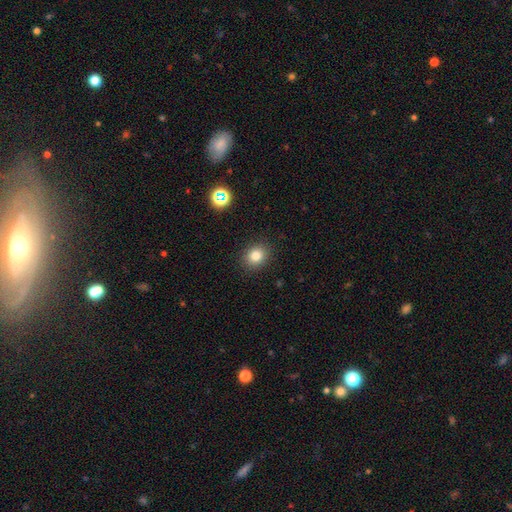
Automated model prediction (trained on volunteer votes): Smooth or featured?
  - smooth: 81% *
  - star or artifact: 12%
  - featured or disk: 7%
How rounded?
  - round: 64% *
  - in between: 35%
  - cigar-shaped: 1%
Merging?
  - none: 89% *
  - minor disturbance: 8%
  - major disturbance: 2%
  - merger: 1%